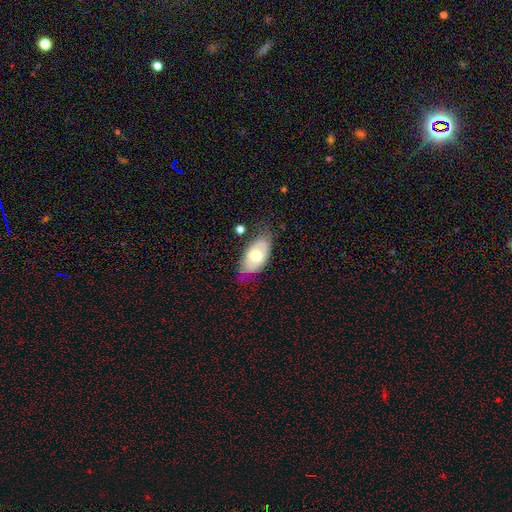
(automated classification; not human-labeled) This appears to be a smooth galaxy with no disk features (54%) that is in between round and cigar-shaped (92%). Merging: none (65%).